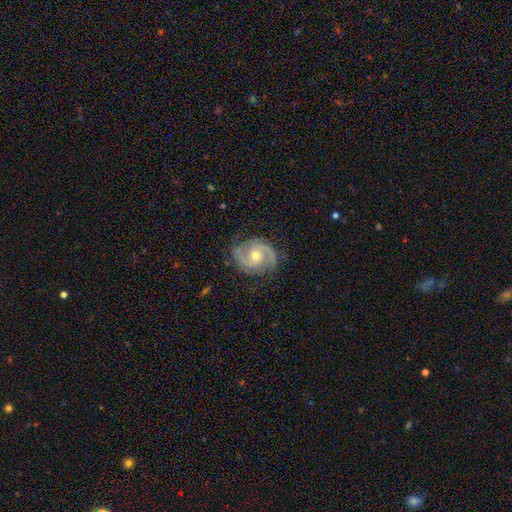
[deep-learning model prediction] Smooth or featured: featured or disk — 91% (smooth — 5%)
Edge-on disk: no — 98% (yes — 2%)
Bar: no — 61% (weak — 32%)
Spiral arms: yes — 98% (no — 2%)
Spiral winding: medium — 52% (tight — 38%)
Spiral arm count: 2 — 92% (can't tell — 2%)
Bulge size: moderate — 70% (small — 25%)
Merging: none — 81% (minor disturbance — 15%)